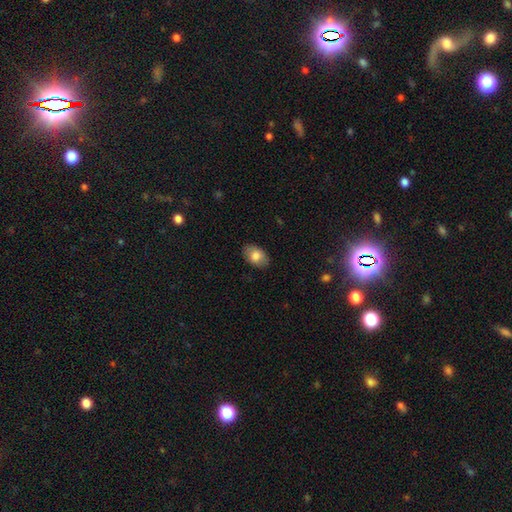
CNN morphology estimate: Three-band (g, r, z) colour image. It shows a smooth galaxy with no disk features (81%) that is in between round and cigar-shaped (88%). Merging: none (85%).